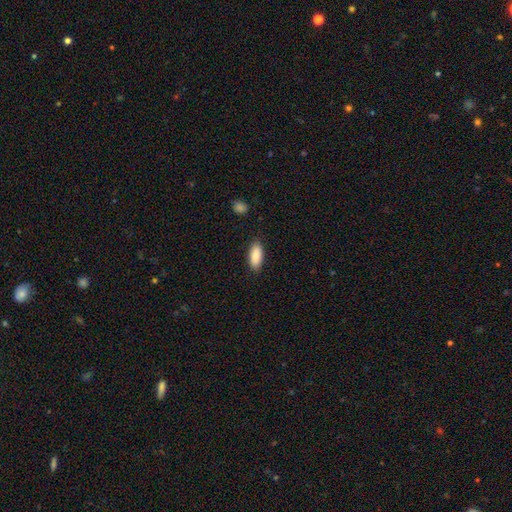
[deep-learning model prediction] smooth 89%, star or artifact 6%, featured or disk 5%. Down the decision tree: how rounded — in between (83%); merging — none (87%).